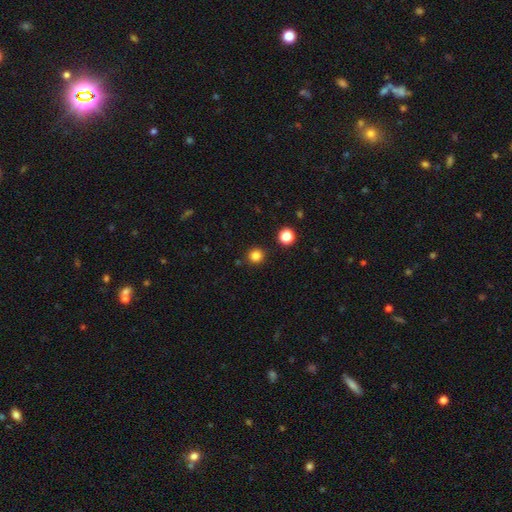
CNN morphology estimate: A smooth galaxy with no disk features (83%) that is round (94%).

Vote fractions:
- Smooth or featured? smooth: 83% / star or artifact: 13% / featured or disk: 4%
- How rounded? round: 94% / in between: 5% / cigar-shaped: 1%
- Merging? none: 90% / minor disturbance: 5% / merger: 3% / major disturbance: 2%